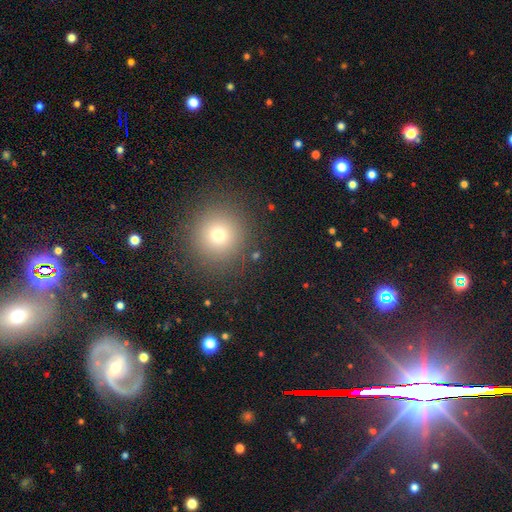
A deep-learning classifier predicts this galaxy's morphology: type=smooth (65%); roundness=round (93%); merging=none (89%).